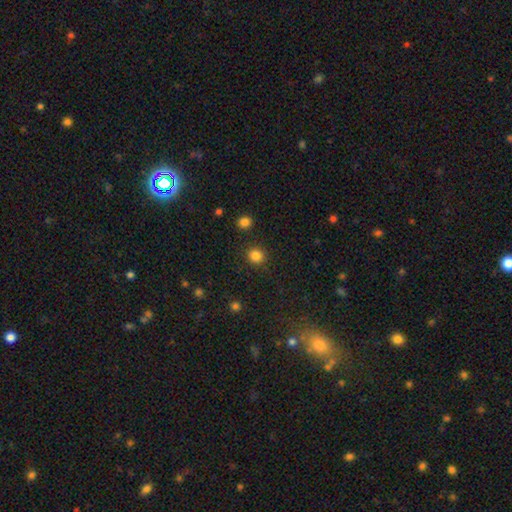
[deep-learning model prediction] The model was most divided on "smooth or featured": smooth: 84%, star or artifact: 12%, featured or disk: 4%. More confident: merging — none (91%); how rounded — round (91%).